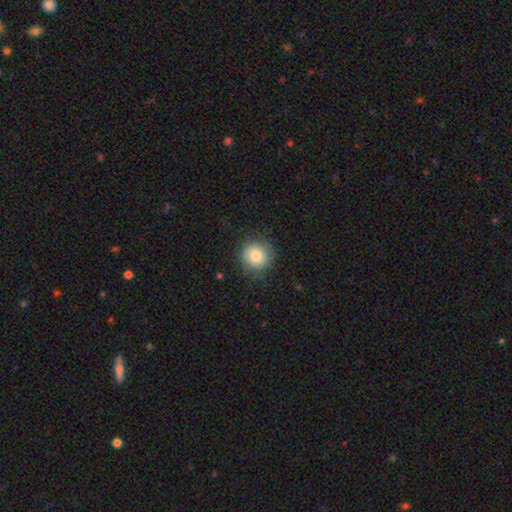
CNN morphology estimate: This is clearly a smooth galaxy (80%). How rounded: clearly round (91%). Merging: clearly none (81%).